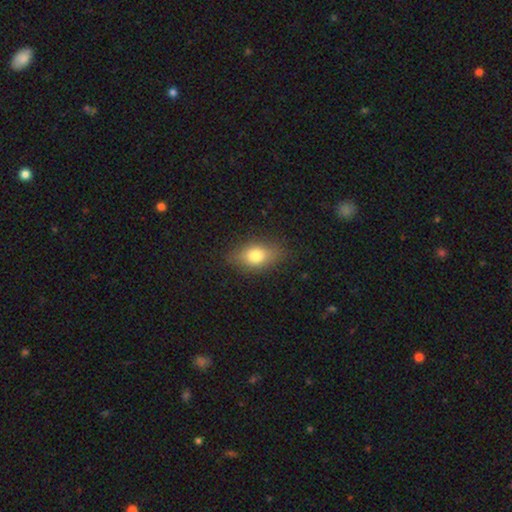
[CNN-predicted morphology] smooth-or-featured: smooth: 76% | featured or disk: 15% | star or artifact: 9%
  how-rounded: in between: 81% | round: 15% | cigar-shaped: 4%
  merging: none: 79% | minor disturbance: 16% | major disturbance: 4% | merger: 1%